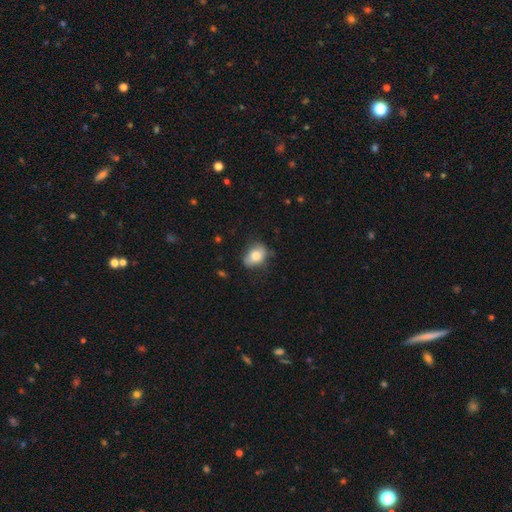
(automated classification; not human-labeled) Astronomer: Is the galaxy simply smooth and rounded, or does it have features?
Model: smooth — 78%.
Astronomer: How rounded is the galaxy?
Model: in between — 74%.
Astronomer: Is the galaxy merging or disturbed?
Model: none — 66%.